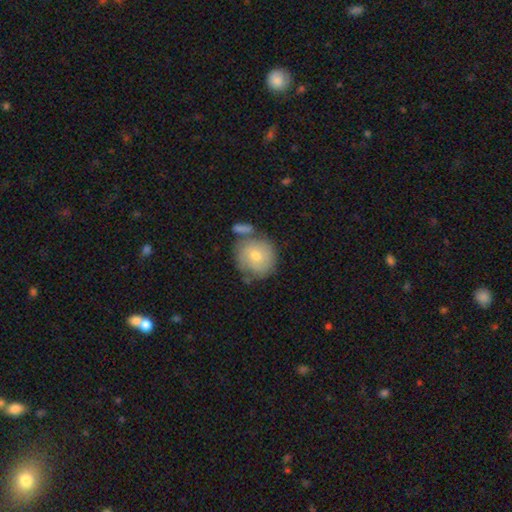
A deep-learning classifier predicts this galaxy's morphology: smooth 58%, featured or disk 34%, star or artifact 8%. Down the decision tree: how rounded — round (88%); merging — none (59%).